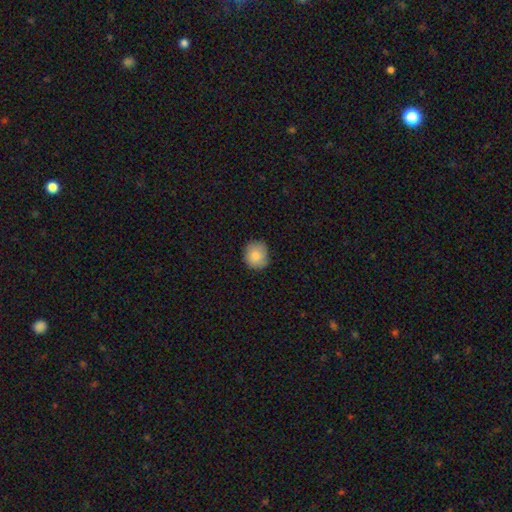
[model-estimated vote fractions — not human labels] Smooth or featured? smooth (85%)
How rounded? round (86%)
Merging? none (81%)